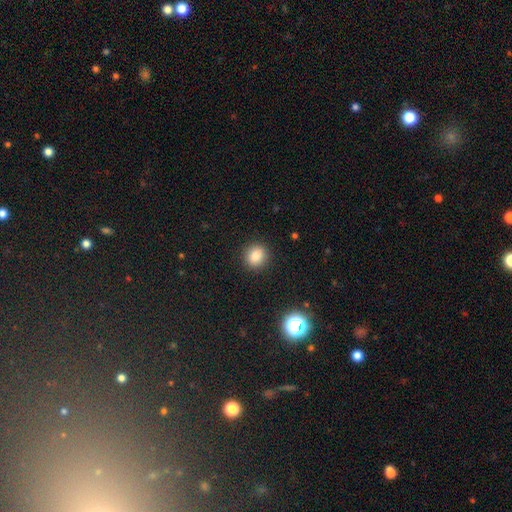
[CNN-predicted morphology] A smooth galaxy with no disk features (84%) that is round (70%).

Vote fractions:
- Smooth or featured? smooth: 84% / star or artifact: 11% / featured or disk: 5%
- How rounded? round: 70% / in between: 28% / cigar-shaped: 1%
- Merging? none: 88% / minor disturbance: 8% / major disturbance: 3% / merger: 1%